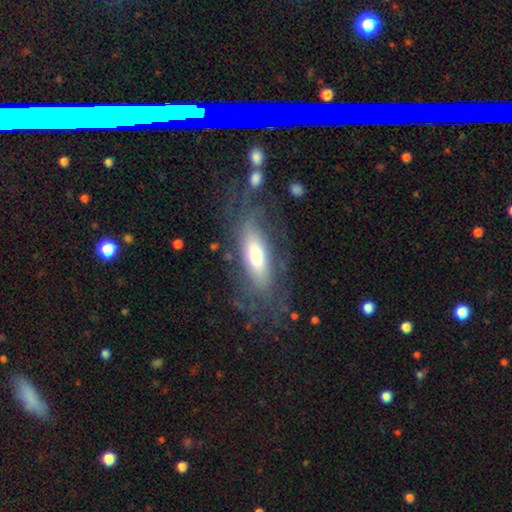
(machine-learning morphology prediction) Smooth or featured?
  - featured or disk: 55% *
  - smooth: 38%
  - star or artifact: 7%
Edge-on disk?
  - no: 73% *
  - yes: 27%
Merging?
  - none: 61% *
  - minor disturbance: 19%
  - major disturbance: 16%
  - merger: 3%